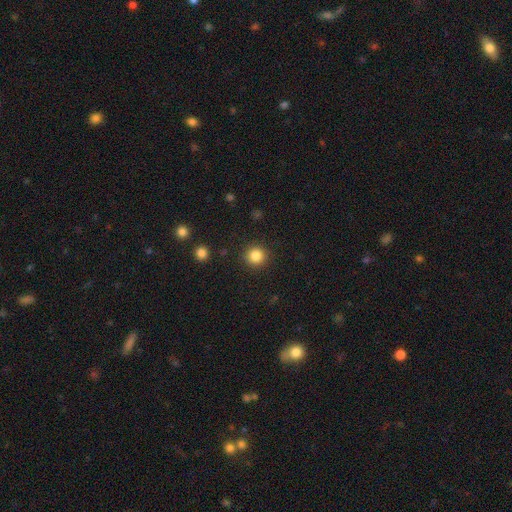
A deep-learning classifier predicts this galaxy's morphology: Smooth or featured?
  - smooth: 85% *
  - star or artifact: 11%
  - featured or disk: 4%
How rounded?
  - round: 94% *
  - in between: 5%
  - cigar-shaped: 1%
Merging?
  - none: 91% *
  - minor disturbance: 6%
  - major disturbance: 2%
  - merger: 1%